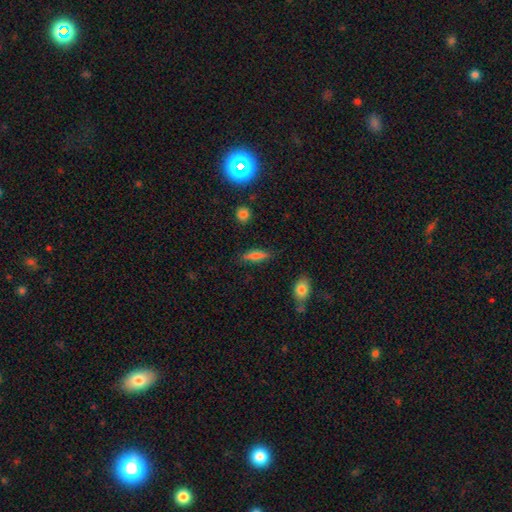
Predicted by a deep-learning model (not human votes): Q: Smooth or featured?
A: smooth (71%); runner-up: featured or disk (20%)
Q: How rounded?
A: cigar-shaped (58%); runner-up: in between (39%)
Q: Merging?
A: none (82%); runner-up: minor disturbance (13%)